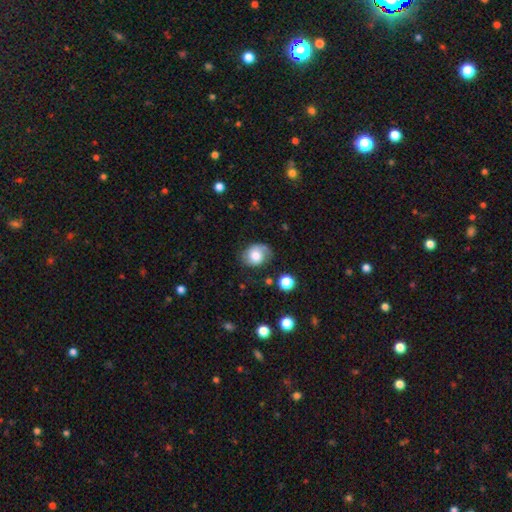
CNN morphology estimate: A smooth galaxy with no disk features (61%) that is round (54%).

Vote fractions:
- Smooth or featured? smooth: 61% / featured or disk: 30% / star or artifact: 9%
- How rounded? round: 54% / in between: 45% / cigar-shaped: 1%
- Merging? none: 60% / minor disturbance: 26% / major disturbance: 11% / merger: 3%